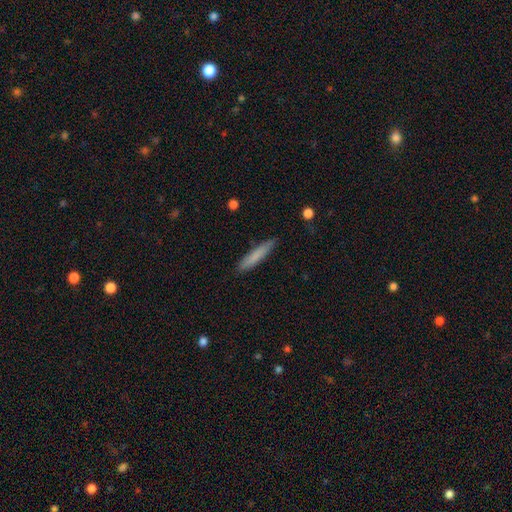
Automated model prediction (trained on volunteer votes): Smooth or featured: smooth — 79% (featured or disk — 15%)
How rounded: cigar-shaped — 91% (in between — 8%)
Merging: none — 87% (minor disturbance — 10%)